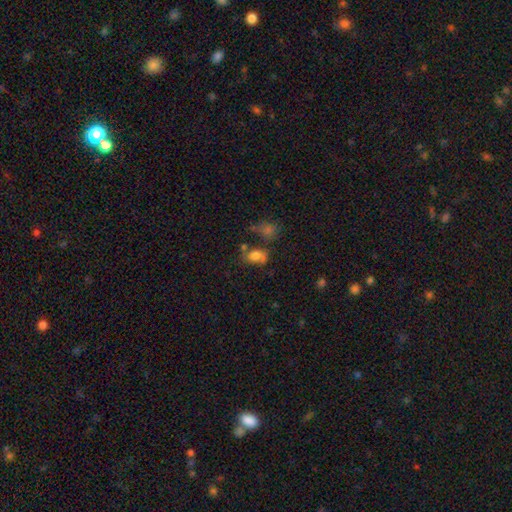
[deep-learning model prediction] smooth-or-featured: smooth: 70% | featured or disk: 18% | star or artifact: 11%
  how-rounded: in between: 77% | round: 22% | cigar-shaped: 2%
  merging: none: 44% | minor disturbance: 22% | merger: 21% | major disturbance: 14%